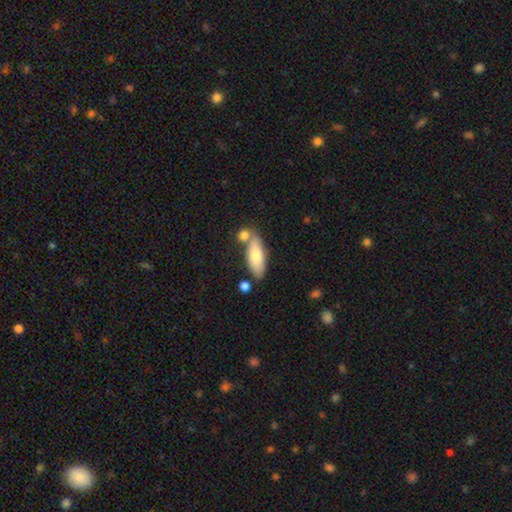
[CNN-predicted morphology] smooth-or-featured: smooth: 73% | featured or disk: 21% | star or artifact: 6%
  how-rounded: in between: 67% | cigar-shaped: 31% | round: 3%
  merging: none: 63% | merger: 20% | minor disturbance: 14% | major disturbance: 3%